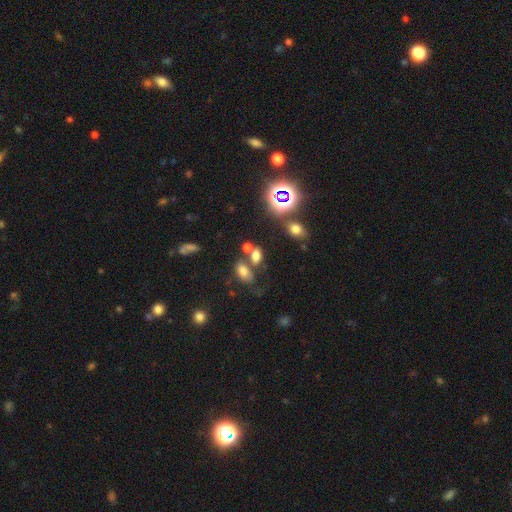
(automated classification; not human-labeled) Q: Smooth or featured?
A: smooth (65%); runner-up: star or artifact (24%)
Q: How rounded?
A: in between (83%); runner-up: round (14%)
Q: Merging?
A: none (49%); runner-up: merger (31%)